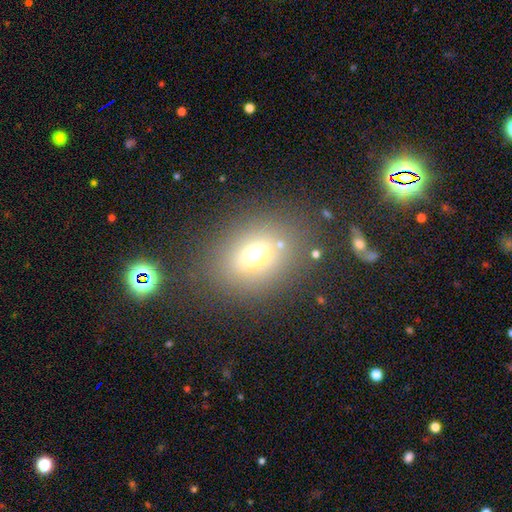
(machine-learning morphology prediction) This is likely a smooth galaxy (65%). How rounded: possibly in between (52%). Merging: likely none (78%).